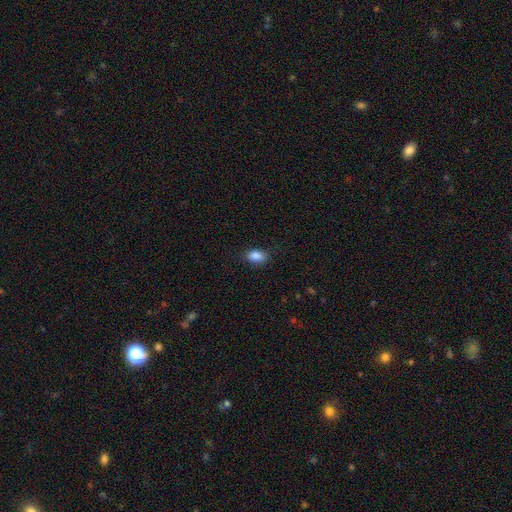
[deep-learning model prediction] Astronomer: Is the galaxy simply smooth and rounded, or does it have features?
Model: smooth — 88%.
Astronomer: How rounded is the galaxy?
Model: in between — 86%.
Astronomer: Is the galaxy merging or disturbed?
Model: none — 84%.